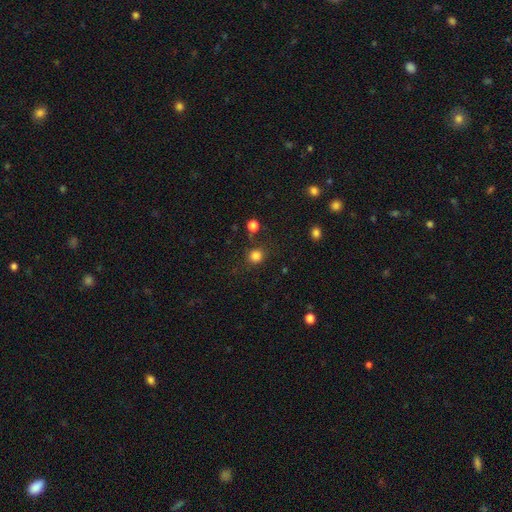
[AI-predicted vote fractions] Smooth or featured? smooth (82%)
How rounded? round (88%)
Merging? none (79%)